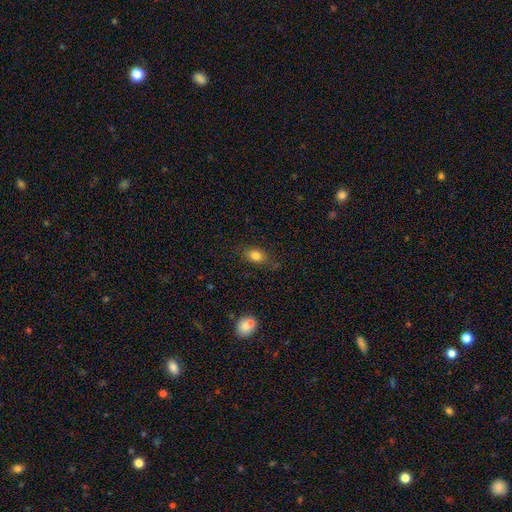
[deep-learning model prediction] Smooth or featured?
  - smooth: 80% *
  - star or artifact: 10%
  - featured or disk: 10%
How rounded?
  - in between: 77% *
  - round: 19%
  - cigar-shaped: 4%
Merging?
  - none: 75% *
  - minor disturbance: 18%
  - major disturbance: 5%
  - merger: 2%